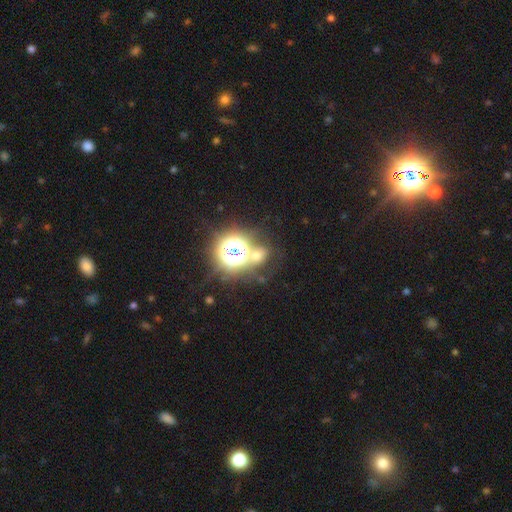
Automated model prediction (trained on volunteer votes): A star or artifact, not a galaxy (46%).